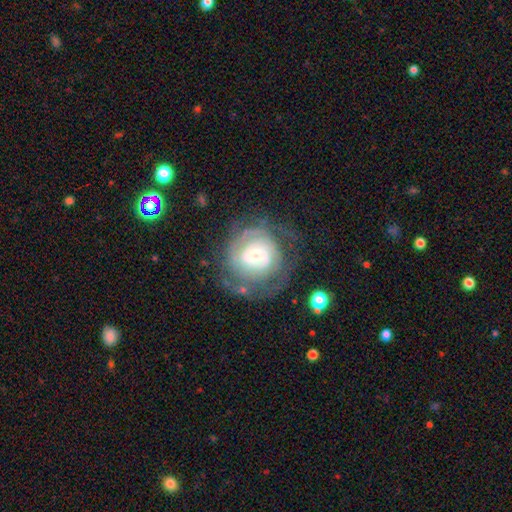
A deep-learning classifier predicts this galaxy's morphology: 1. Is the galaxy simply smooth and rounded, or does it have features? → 71% featured or disk, 22% smooth, 7% star or artifact.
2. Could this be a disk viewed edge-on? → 97% no, 3% yes.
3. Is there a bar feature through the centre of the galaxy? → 53% no, 36% weak, 11% strong.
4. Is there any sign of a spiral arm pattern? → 78% yes, 22% no.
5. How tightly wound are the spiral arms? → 64% tight, 25% medium, 10% loose.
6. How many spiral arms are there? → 48% can't tell, 27% 2, 9% 3, 8% 1, 5% 4, 4% more than 4.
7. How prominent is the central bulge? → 47% small, 38% moderate, 11% large, 2% dominant, 2% none.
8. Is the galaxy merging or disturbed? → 61% none, 19% minor disturbance, 18% major disturbance, 2% merger.